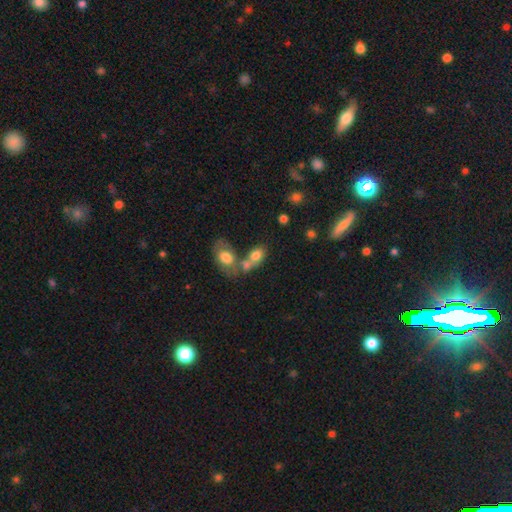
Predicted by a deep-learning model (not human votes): smooth 74%, featured or disk 16%, star or artifact 10%. Down the decision tree: how rounded — in between (79%); merging — merger (54%).